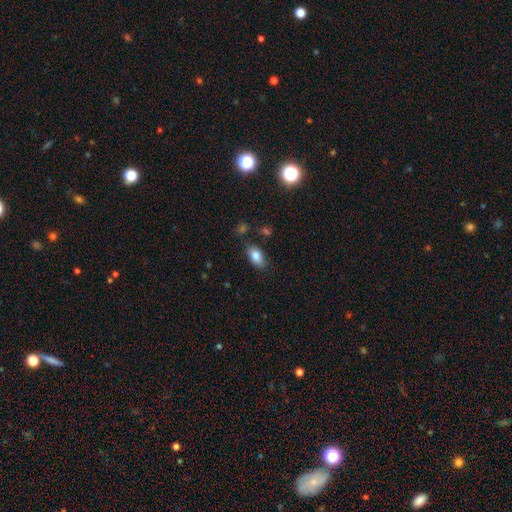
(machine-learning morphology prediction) Smooth or featured?
  - smooth: 83% *
  - star or artifact: 8%
  - featured or disk: 8%
How rounded?
  - in between: 91% *
  - round: 6%
  - cigar-shaped: 3%
Merging?
  - none: 80% *
  - minor disturbance: 14%
  - major disturbance: 3%
  - merger: 3%